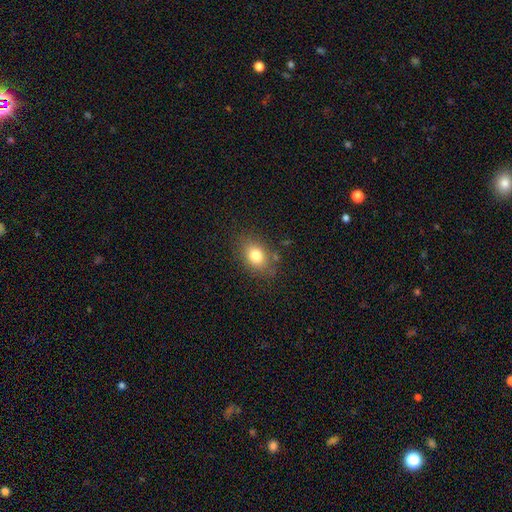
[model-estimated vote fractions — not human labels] Smooth or featured?
  - smooth: 78% *
  - star or artifact: 11%
  - featured or disk: 11%
How rounded?
  - in between: 66% *
  - round: 33%
  - cigar-shaped: 1%
Merging?
  - none: 79% *
  - minor disturbance: 14%
  - major disturbance: 4%
  - merger: 2%